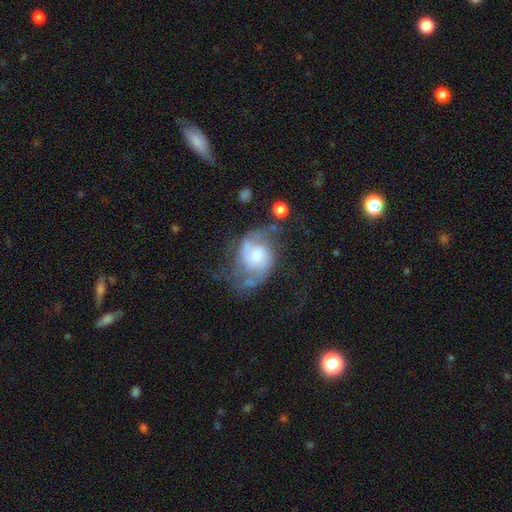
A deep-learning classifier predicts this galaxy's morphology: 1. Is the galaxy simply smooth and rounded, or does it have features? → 80% featured or disk, 13% smooth, 6% star or artifact.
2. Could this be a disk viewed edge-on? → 98% no, 2% yes.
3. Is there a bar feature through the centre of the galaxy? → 58% no, 36% weak, 6% strong.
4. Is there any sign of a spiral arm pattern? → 94% yes, 6% no.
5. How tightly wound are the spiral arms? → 51% medium, 30% loose, 20% tight.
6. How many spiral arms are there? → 84% 2, 7% can't tell, 4% 1, 2% 3, 1% 4, 1% more than 4.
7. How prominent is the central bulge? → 39% moderate, 32% small, 16% large, 10% none, 3% dominant.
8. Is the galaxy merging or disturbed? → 48% none, 23% minor disturbance, 22% major disturbance, 6% merger.